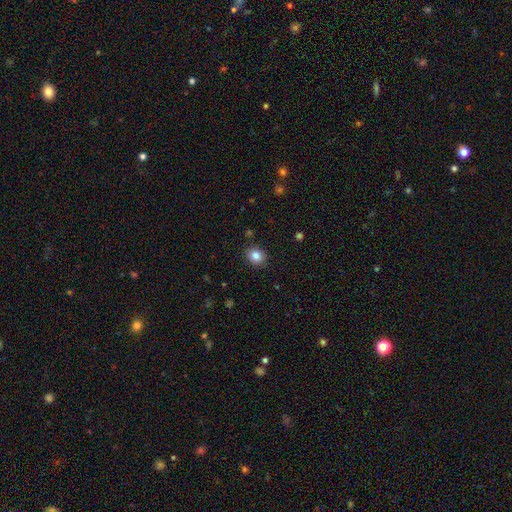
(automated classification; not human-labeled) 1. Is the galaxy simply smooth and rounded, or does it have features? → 84% smooth, 10% star or artifact, 6% featured or disk.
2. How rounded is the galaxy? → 63% round, 37% in between, 1% cigar-shaped.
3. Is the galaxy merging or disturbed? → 89% none, 8% minor disturbance, 2% major disturbance, 1% merger.